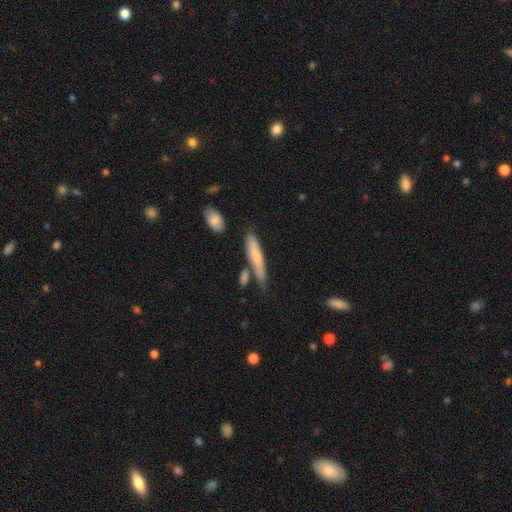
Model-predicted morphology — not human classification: A smooth galaxy with no disk features (66%) that is cigar-shaped (86%). Merging: none (64%).